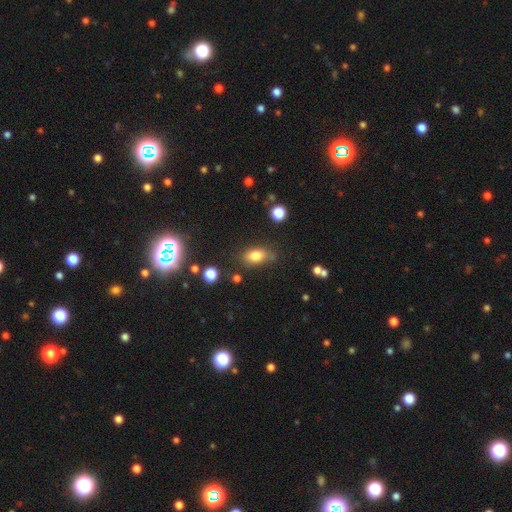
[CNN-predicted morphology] smooth 80%, star or artifact 11%, featured or disk 9%. Down the decision tree: how rounded — in between (83%); merging — none (70%).